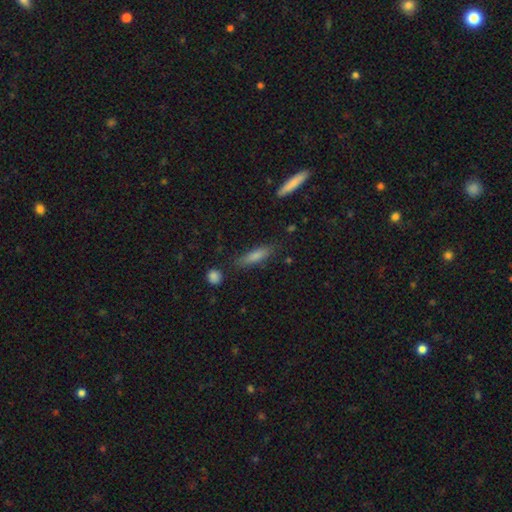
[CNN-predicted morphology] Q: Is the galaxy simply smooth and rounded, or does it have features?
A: smooth — 72%.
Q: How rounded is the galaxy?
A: cigar-shaped — 73%.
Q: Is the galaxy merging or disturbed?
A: none — 81%.